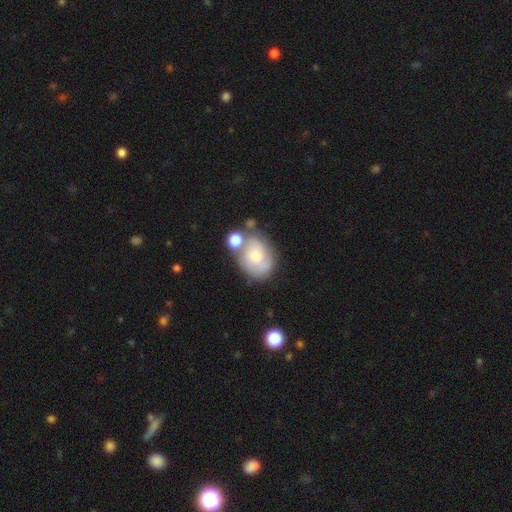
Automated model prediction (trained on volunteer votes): Overall: featured or disk (51%; smooth 41%). Edge-on disk: no (96%). Merging: none (46%; merger 26%).